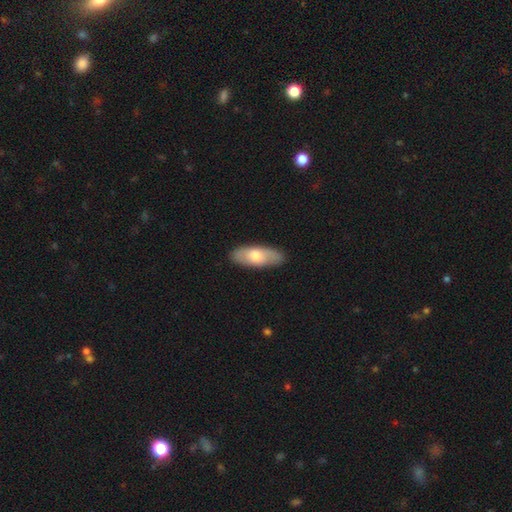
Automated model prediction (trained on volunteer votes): Morphology: type=smooth (63%); roundness=in between (74%); merging=none (86%).